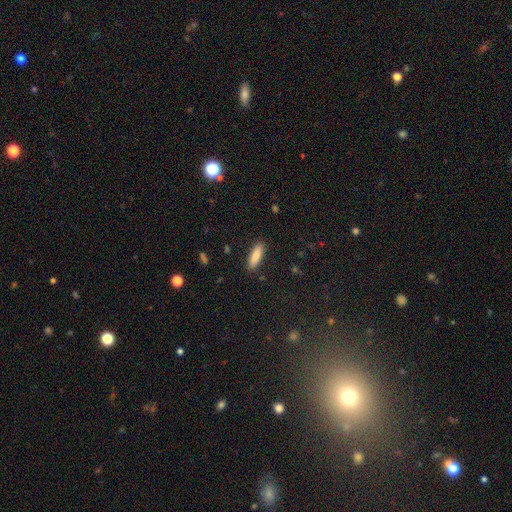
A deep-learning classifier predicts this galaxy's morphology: Overall: smooth (85%). How rounded: in between (51%; cigar-shaped 47%). Merging: none (88%).